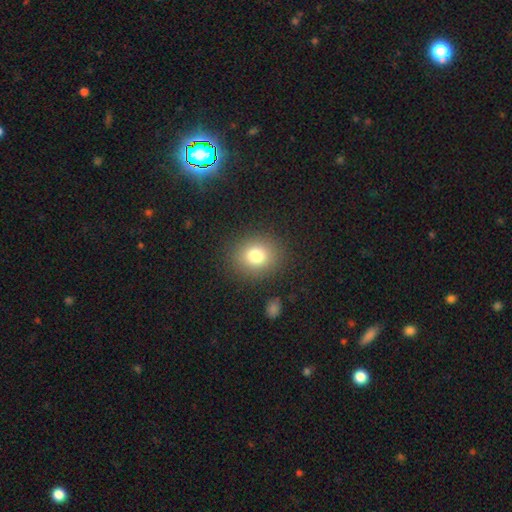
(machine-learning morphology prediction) type=smooth (78%); roundness=round (74%); merging=none (88%).